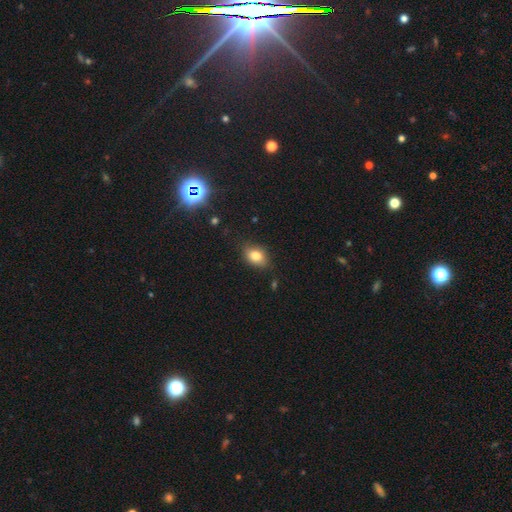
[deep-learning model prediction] smooth 80%, star or artifact 10%, featured or disk 10%. Down the decision tree: how rounded — in between (77%); merging — none (79%).